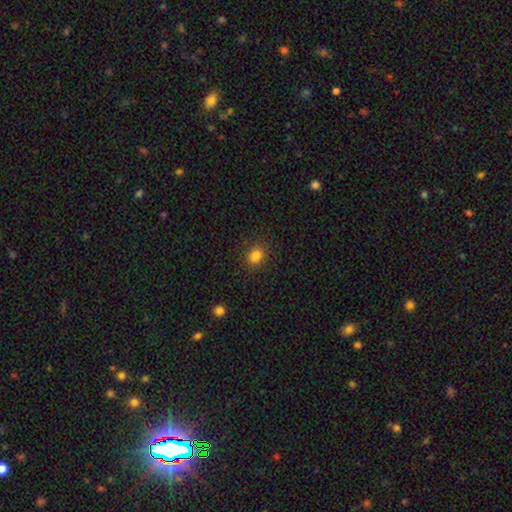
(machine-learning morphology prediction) Smooth or featured: smooth — 84% (star or artifact — 12%)
How rounded: round — 55% (in between — 44%)
Merging: none — 88% (minor disturbance — 8%)